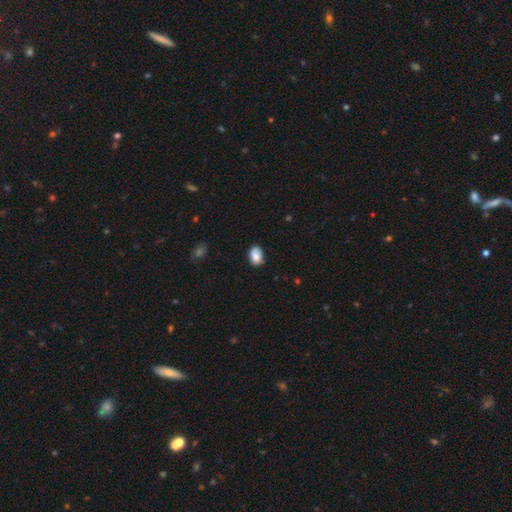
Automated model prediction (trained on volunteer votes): A smooth galaxy with no disk features (84%) that is in between round and cigar-shaped (84%).

Vote fractions:
- Smooth or featured? smooth: 84% / featured or disk: 8% / star or artifact: 8%
- How rounded? in between: 84% / round: 15% / cigar-shaped: 1%
- Merging? none: 78% / minor disturbance: 18% / major disturbance: 3% / merger: 2%